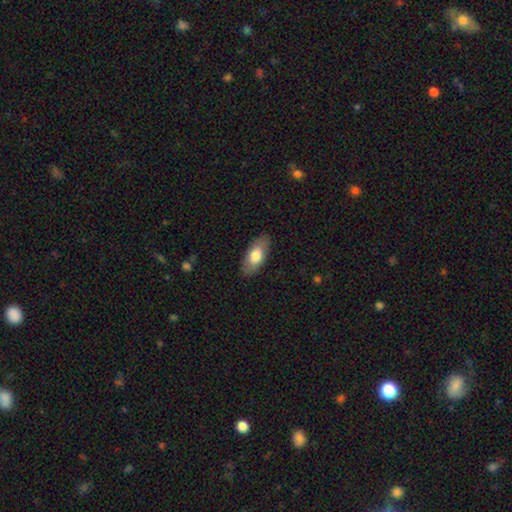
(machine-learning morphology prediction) This is likely a smooth galaxy (74%). How rounded: clearly in between (88%). Merging: clearly none (85%).